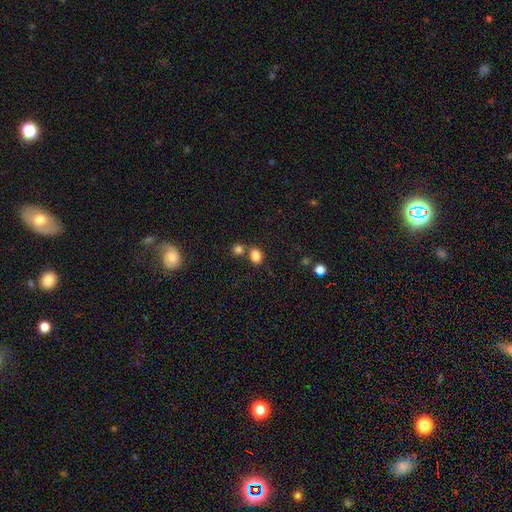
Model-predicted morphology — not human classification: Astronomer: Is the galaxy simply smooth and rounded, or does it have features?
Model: smooth — 83%.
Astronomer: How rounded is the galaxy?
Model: in between — 61% (runner-up: round, 38%).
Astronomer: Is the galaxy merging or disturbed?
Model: none — 59%.